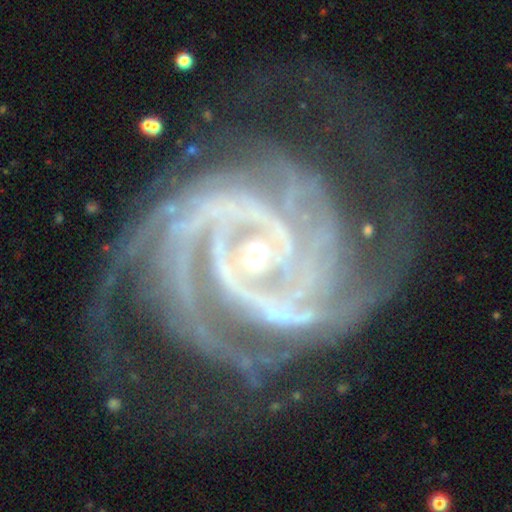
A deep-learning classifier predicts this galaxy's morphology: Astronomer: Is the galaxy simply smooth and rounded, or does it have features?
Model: featured or disk — 93%.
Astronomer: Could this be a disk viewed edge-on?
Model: no — 98%.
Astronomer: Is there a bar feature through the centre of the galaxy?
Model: no — 38% (runner-up: weak, 34%).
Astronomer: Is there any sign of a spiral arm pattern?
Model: yes — 99%.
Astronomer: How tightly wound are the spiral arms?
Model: tight — 67%.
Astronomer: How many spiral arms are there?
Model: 3 — 25% (runner-up: 2, 23%).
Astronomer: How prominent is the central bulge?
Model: small — 75%.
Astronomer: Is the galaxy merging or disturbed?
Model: none — 65%.